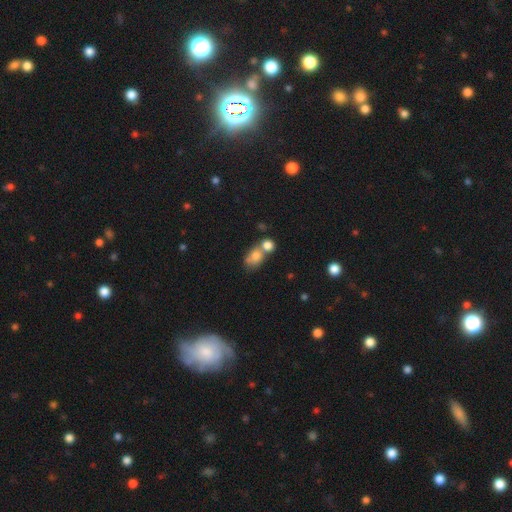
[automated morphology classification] Smooth or featured?
  - smooth: 76% *
  - featured or disk: 14%
  - star or artifact: 11%
How rounded?
  - in between: 63% *
  - round: 35%
  - cigar-shaped: 2%
Merging?
  - merger: 53% *
  - none: 30%
  - minor disturbance: 11%
  - major disturbance: 6%